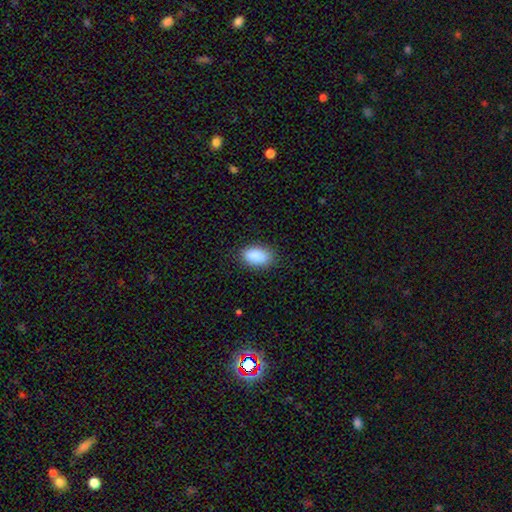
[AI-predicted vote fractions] Q: Smooth or featured?
A: smooth (90%); runner-up: star or artifact (7%)
Q: How rounded?
A: in between (92%); runner-up: round (5%)
Q: Merging?
A: none (85%); runner-up: minor disturbance (12%)